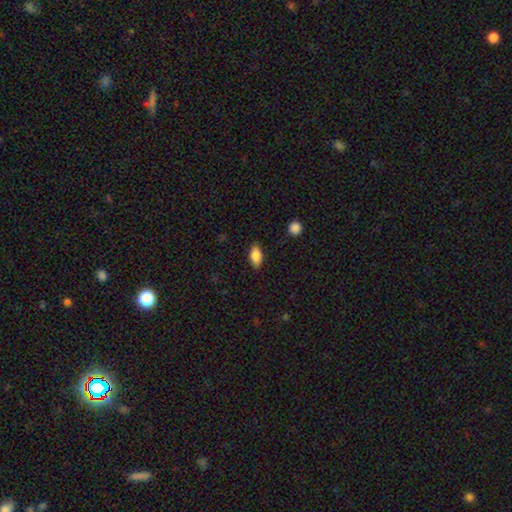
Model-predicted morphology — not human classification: smooth 83%, featured or disk 9%, star or artifact 8%. Down the decision tree: how rounded — in between (89%); merging — none (85%).